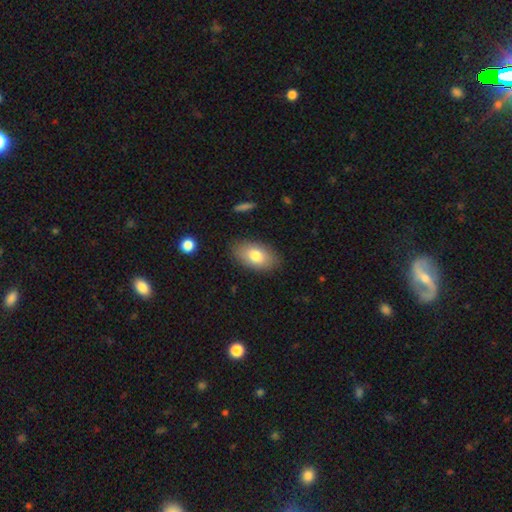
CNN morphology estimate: smooth 77%, featured or disk 16%, star or artifact 7%. Down the decision tree: how rounded — in between (92%); merging — none (84%).